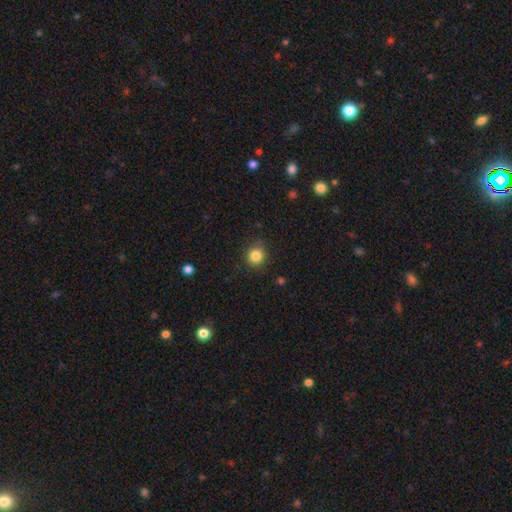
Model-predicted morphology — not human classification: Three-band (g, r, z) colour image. It shows a smooth galaxy with no disk features (84%) that is round (88%). Merging: none (83%).